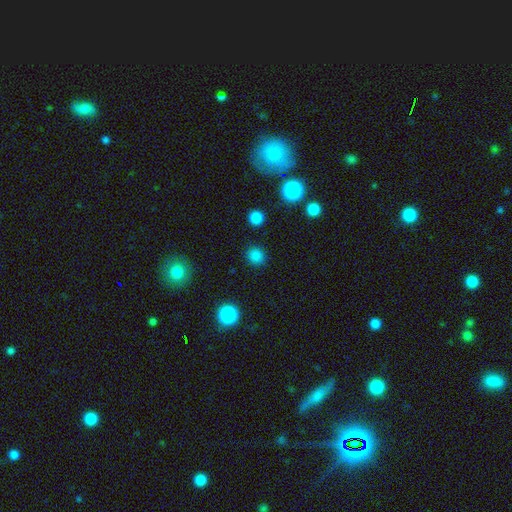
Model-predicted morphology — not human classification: This is clearly a smooth galaxy (82%). How rounded: clearly round (89%). Merging: clearly none (89%).